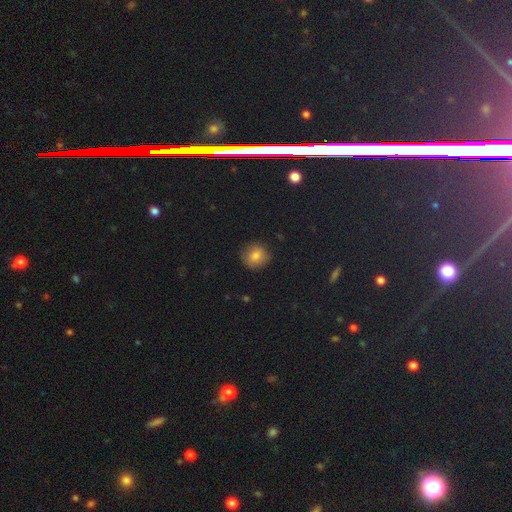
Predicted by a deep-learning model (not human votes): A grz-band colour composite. It shows a smooth galaxy with no disk features (80%) that is round (85%). Merging: none (85%).